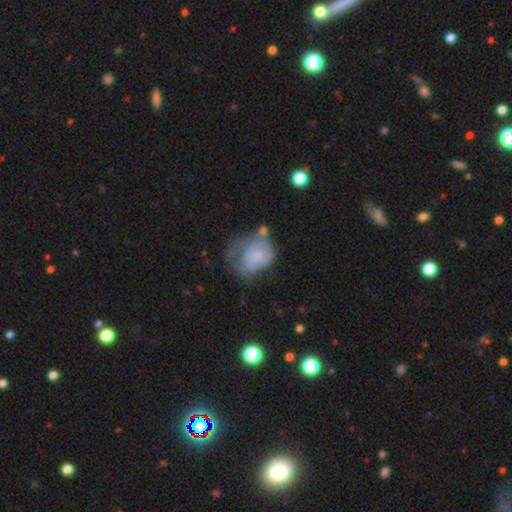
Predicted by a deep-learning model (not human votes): Q: Smooth or featured?
A: featured or disk (45%); tied with: smooth (45%)
Q: Merging?
A: major disturbance (38%); runner-up: minor disturbance (28%)